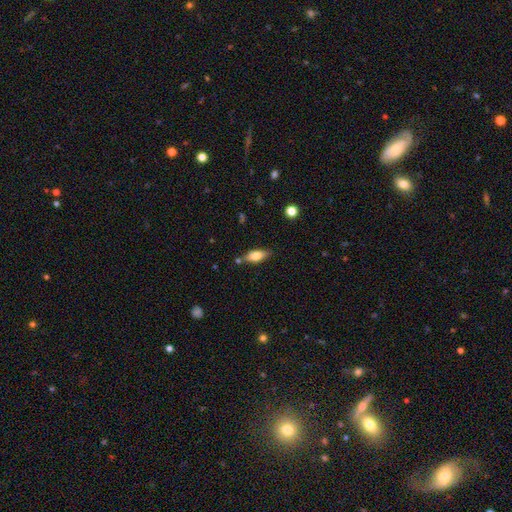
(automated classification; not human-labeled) A smooth galaxy with no disk features (73%) that is in between round and cigar-shaped (78%). Merging: none (75%).